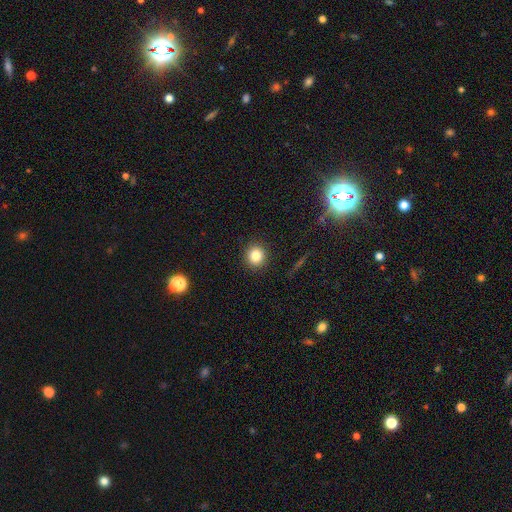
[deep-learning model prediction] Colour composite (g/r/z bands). It shows a smooth galaxy with no disk features (83%) that is round (89%). Merging: none (91%).